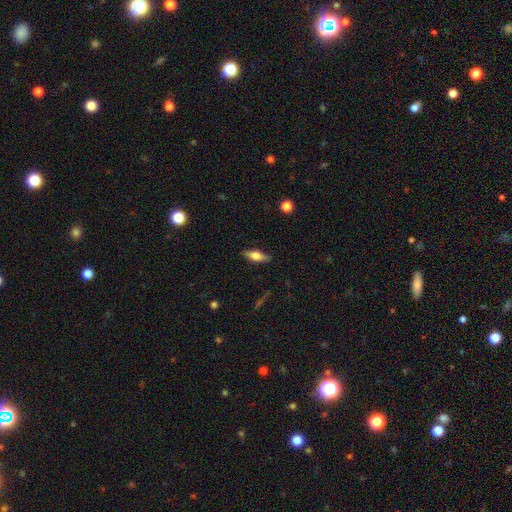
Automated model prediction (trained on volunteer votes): This is likely a smooth galaxy (61%). How rounded: likely in between (65%). Merging: clearly none (84%).